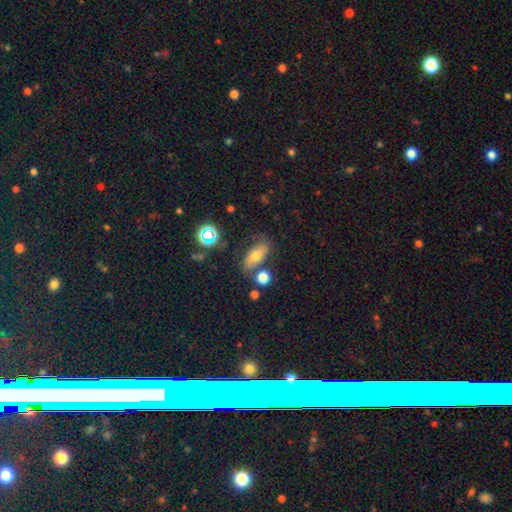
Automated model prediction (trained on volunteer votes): Smooth or featured? Predicted: smooth (p=0.53). How rounded? Predicted: in between (p=0.73). Merging? Predicted: none (p=0.64).